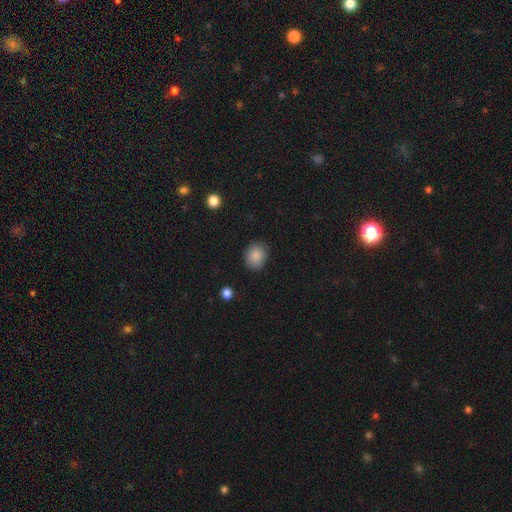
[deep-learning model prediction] Morphology: type=smooth (87%); roundness=round (59%); merging=none (84%).